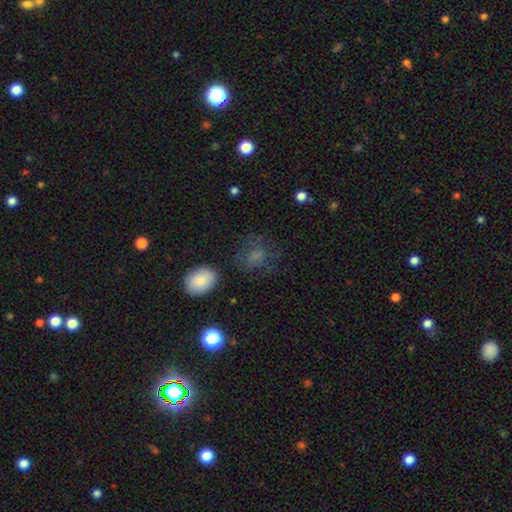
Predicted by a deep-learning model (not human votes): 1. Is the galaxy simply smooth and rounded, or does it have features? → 69% smooth, 16% star or artifact, 15% featured or disk.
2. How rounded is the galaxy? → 67% round, 31% in between, 1% cigar-shaped.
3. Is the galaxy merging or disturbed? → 61% none, 18% minor disturbance, 18% major disturbance, 3% merger.